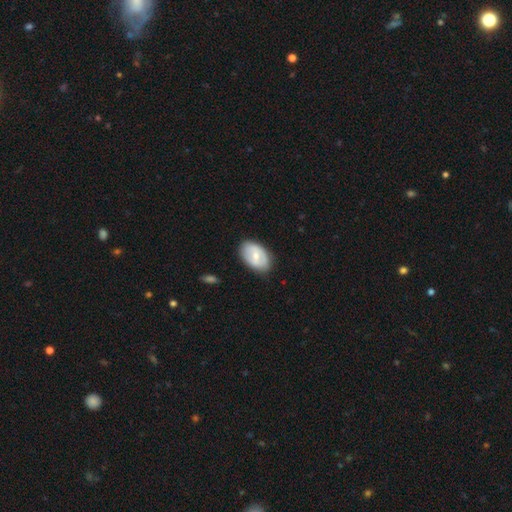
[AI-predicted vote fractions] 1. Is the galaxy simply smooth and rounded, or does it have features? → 52% smooth, 43% featured or disk, 6% star or artifact.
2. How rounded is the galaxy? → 89% in between, 10% round, 1% cigar-shaped.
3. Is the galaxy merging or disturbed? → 81% none, 14% minor disturbance, 3% major disturbance, 1% merger.